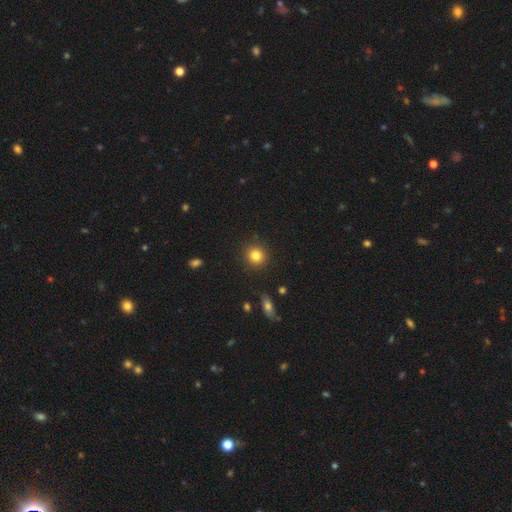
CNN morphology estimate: Smooth or featured?
  - smooth: 83% *
  - star or artifact: 11%
  - featured or disk: 6%
How rounded?
  - round: 91% *
  - in between: 8%
  - cigar-shaped: 1%
Merging?
  - none: 90% *
  - minor disturbance: 6%
  - major disturbance: 2%
  - merger: 1%